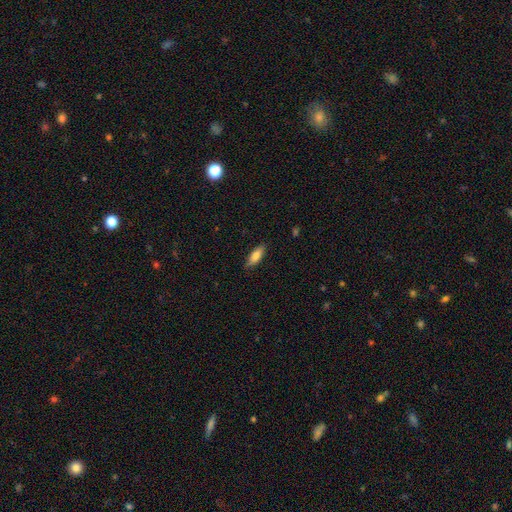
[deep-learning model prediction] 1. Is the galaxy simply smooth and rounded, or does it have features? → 78% smooth, 16% featured or disk, 6% star or artifact.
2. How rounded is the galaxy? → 60% in between, 38% cigar-shaped, 2% round.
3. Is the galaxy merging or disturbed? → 86% none, 11% minor disturbance, 2% major disturbance, 1% merger.